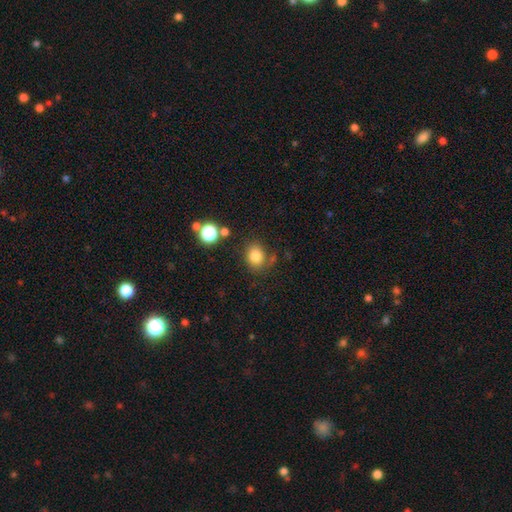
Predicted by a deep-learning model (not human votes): Smooth or featured? Predicted: smooth (p=0.81). How rounded? Predicted: round (p=0.63). Merging? Predicted: none (p=0.71).